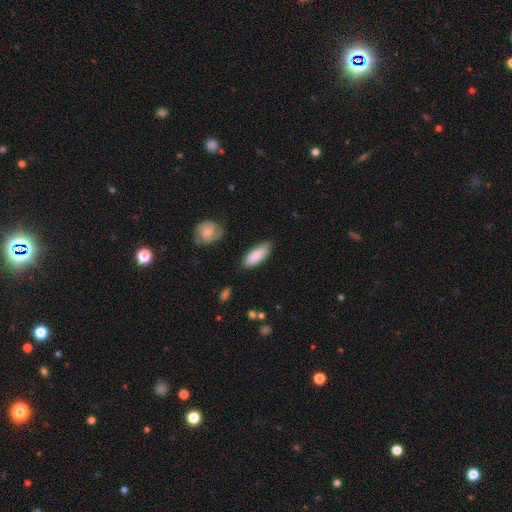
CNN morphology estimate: A smooth galaxy with no disk features (85%) that is in between round and cigar-shaped (72%). Merging: none (79%).